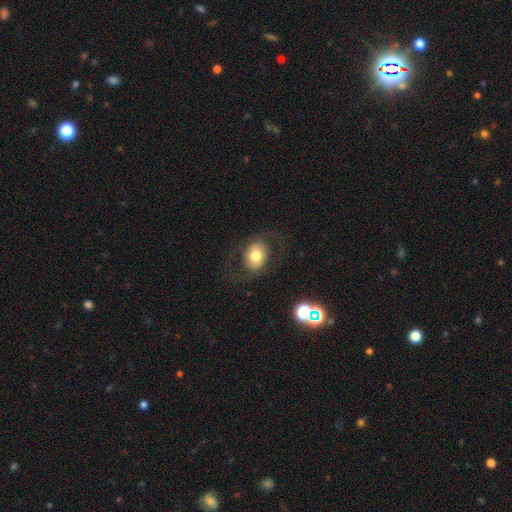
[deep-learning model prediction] smooth_or_featured: smooth (p=0.52) [alt: featured or disk p=0.40]
how_rounded: in between (p=0.57) [alt: round p=0.42]
merging: none (p=0.70) [alt: major disturbance p=0.14]